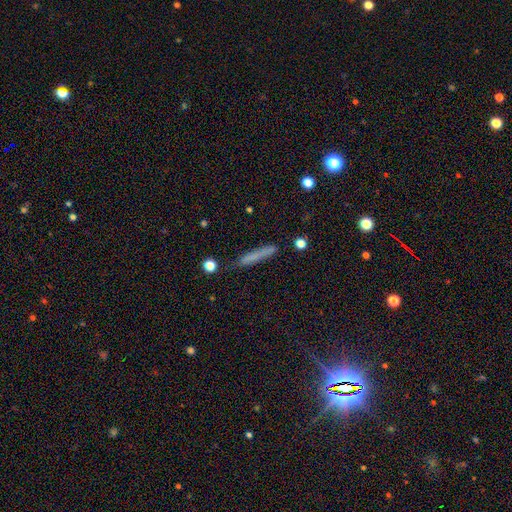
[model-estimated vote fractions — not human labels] This is likely a smooth galaxy (70%). How rounded: clearly cigar-shaped (94%). Merging: clearly none (83%).